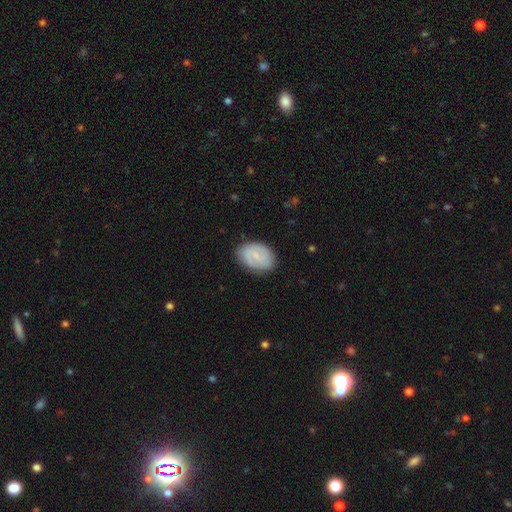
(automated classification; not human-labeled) smooth-or-featured: featured or disk: 51% | smooth: 43% | star or artifact: 7%
  disk-edge-on: no: 97% | yes: 3%
  merging: none: 82% | minor disturbance: 13% | major disturbance: 3% | merger: 1%